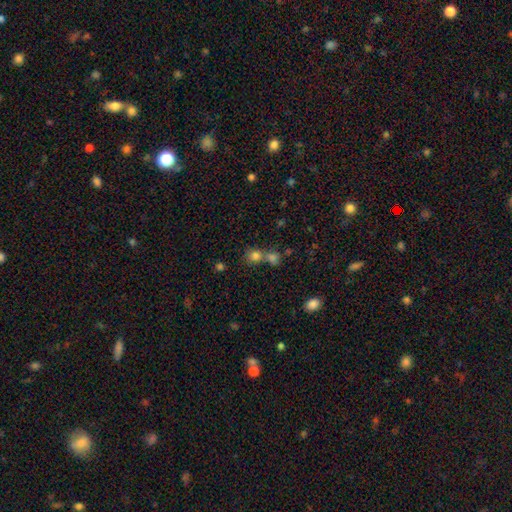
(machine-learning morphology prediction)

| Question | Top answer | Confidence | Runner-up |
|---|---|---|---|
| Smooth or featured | smooth | 77% | star or artifact (15%) |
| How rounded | round | 81% | in between (18%) |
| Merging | none | 47% | merger (43%) |